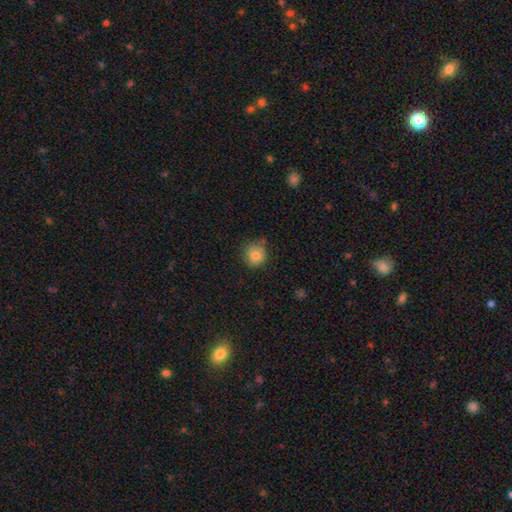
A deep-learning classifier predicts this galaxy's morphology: A smooth galaxy with no disk features (82%) that is round (89%). Merging: none (72%).